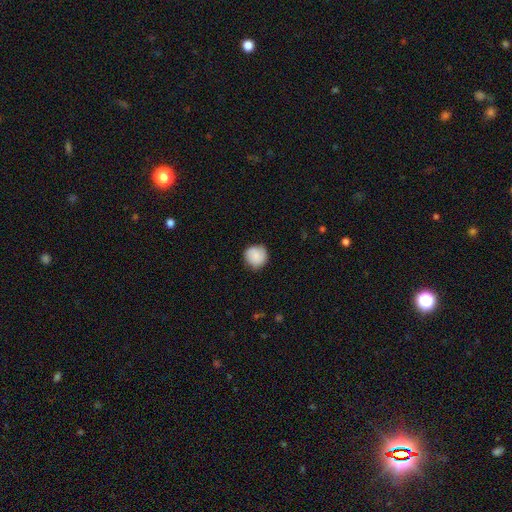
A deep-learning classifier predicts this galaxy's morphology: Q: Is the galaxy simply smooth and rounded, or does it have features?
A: smooth — 84%.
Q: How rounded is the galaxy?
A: round — 92%.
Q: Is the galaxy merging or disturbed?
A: none — 83%.